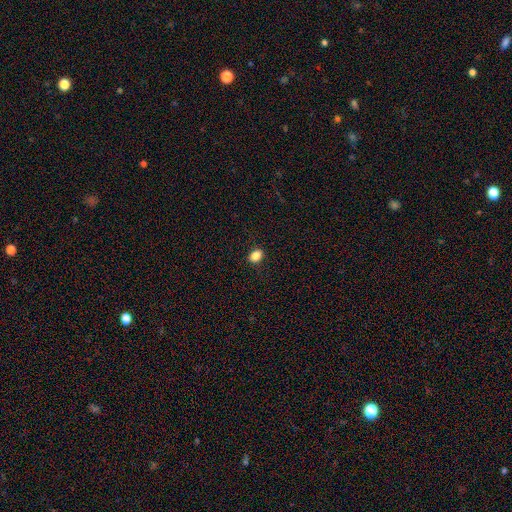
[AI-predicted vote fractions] Smooth or featured?
  - smooth: 87% *
  - star or artifact: 10%
  - featured or disk: 4%
How rounded?
  - in between: 70% *
  - round: 29%
  - cigar-shaped: 1%
Merging?
  - none: 89% *
  - minor disturbance: 8%
  - major disturbance: 2%
  - merger: 1%